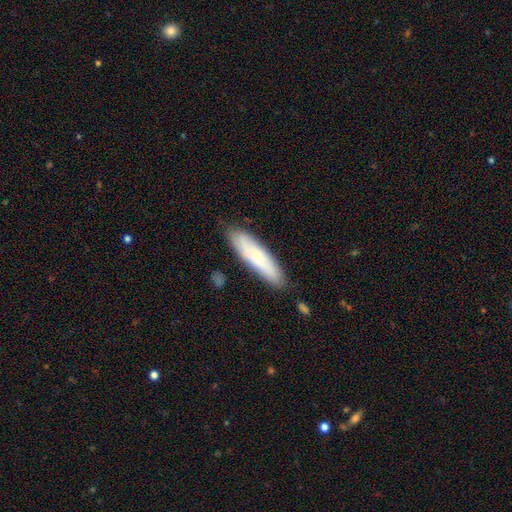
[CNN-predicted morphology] type=smooth (66%); roundness=cigar-shaped (75%); merging=none (83%).